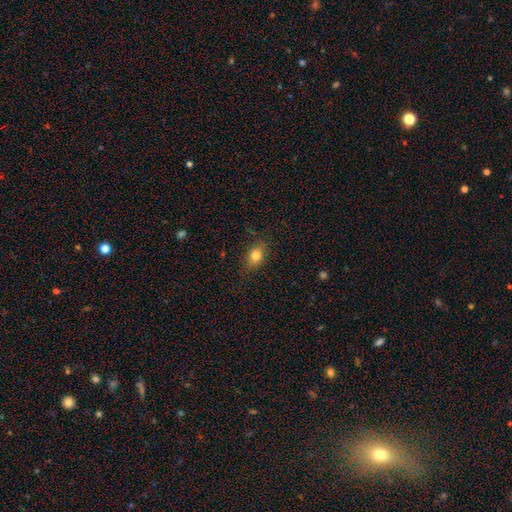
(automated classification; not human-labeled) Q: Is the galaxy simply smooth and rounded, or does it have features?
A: smooth — 78%.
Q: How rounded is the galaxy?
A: in between — 72%.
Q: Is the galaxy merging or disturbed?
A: none — 82%.